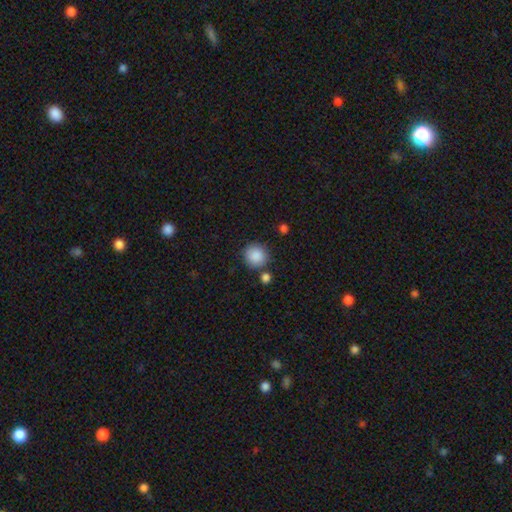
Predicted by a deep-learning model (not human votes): A smooth galaxy with no disk features (88%) that is round (90%). Merging: none (77%).